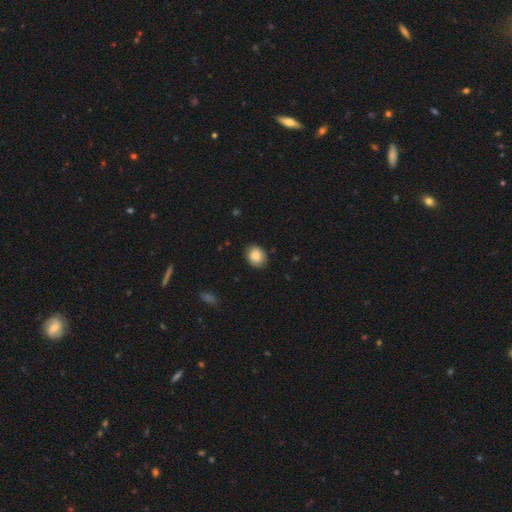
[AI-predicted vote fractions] Smooth or featured?
  - smooth: 85% *
  - star or artifact: 8%
  - featured or disk: 7%
How rounded?
  - round: 54% *
  - in between: 45%
  - cigar-shaped: 1%
Merging?
  - none: 85% *
  - minor disturbance: 12%
  - major disturbance: 2%
  - merger: 1%